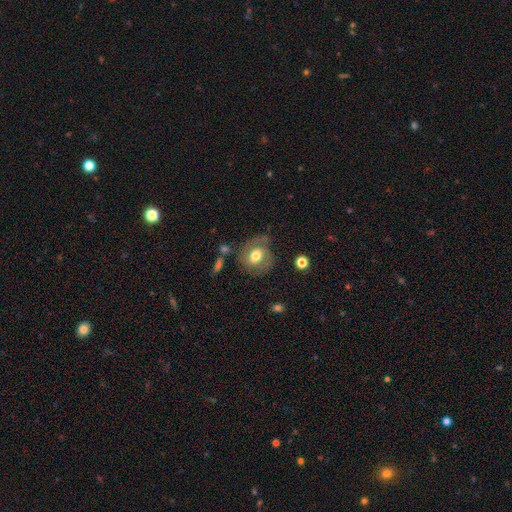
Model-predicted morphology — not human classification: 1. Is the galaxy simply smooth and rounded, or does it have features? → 48% smooth, 45% featured or disk, 8% star or artifact.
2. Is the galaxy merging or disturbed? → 61% none, 22% minor disturbance, 13% major disturbance, 4% merger.